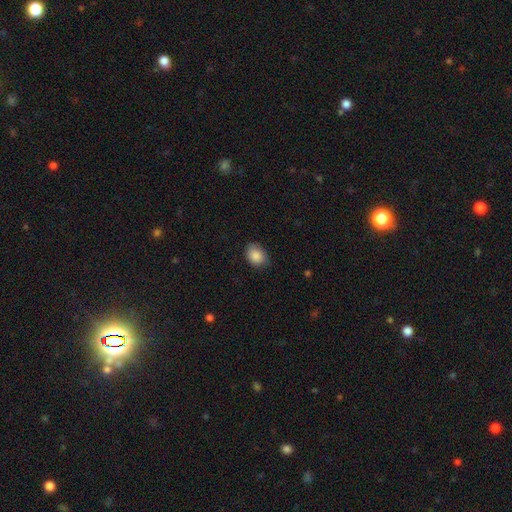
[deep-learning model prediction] Smooth or featured: smooth — 88% (star or artifact — 7%)
How rounded: in between — 62% (round — 37%)
Merging: none — 74% (minor disturbance — 22%)